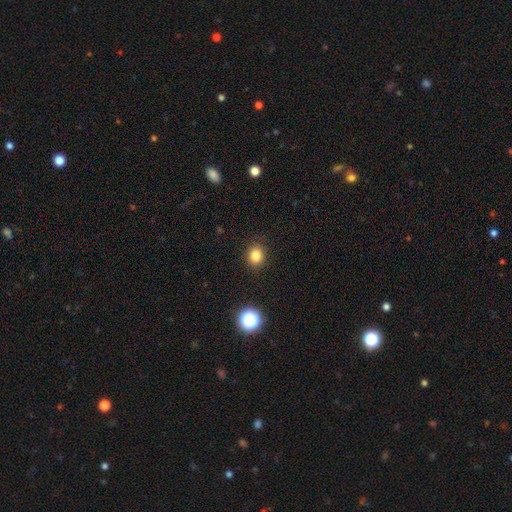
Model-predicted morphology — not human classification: Smooth or featured? smooth (82%)
How rounded? round (73%)
Merging? none (90%)